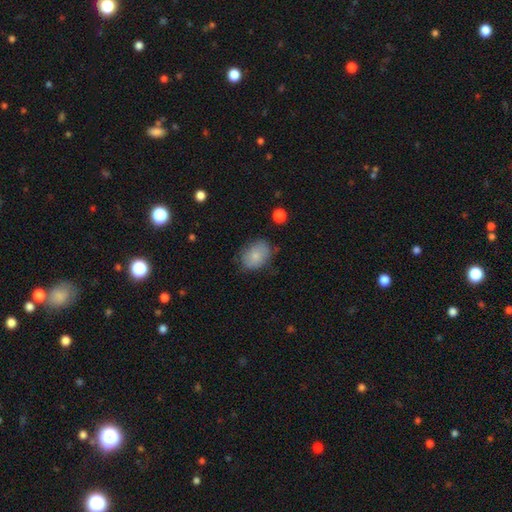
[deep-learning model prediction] The model was most divided on "merging": none: 69%, minor disturbance: 23%, major disturbance: 6%, merger: 2%. More confident: smooth or featured — smooth (80%); how rounded — in between (74%).